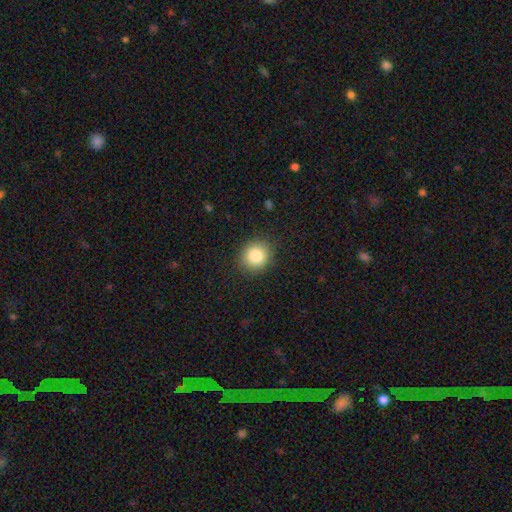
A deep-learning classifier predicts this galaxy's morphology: This appears to be a smooth galaxy with no disk features (85%) that is round (84%). Merging: none (88%).